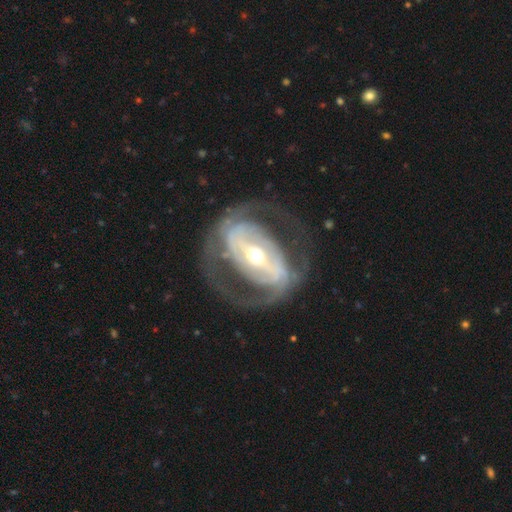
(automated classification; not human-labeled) The model was most divided on "spiral winding": medium: 43%, tight: 37%, loose: 20%. More confident: edge-on disk — no (95%); smooth or featured — featured or disk (87%); spiral arms — yes (77%); spiral arm count — 2 (77%); merging — none (67%); bar — strong (60%); bulge size — moderate (59%).